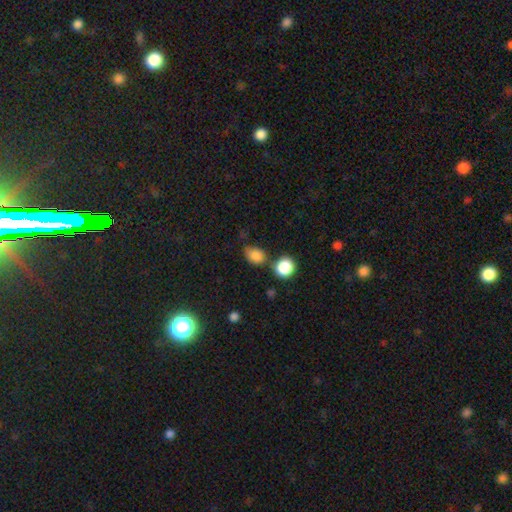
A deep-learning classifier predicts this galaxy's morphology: Smooth or featured?
  - smooth: 83% *
  - star or artifact: 11%
  - featured or disk: 5%
How rounded?
  - in between: 61% *
  - round: 37%
  - cigar-shaped: 2%
Merging?
  - none: 56% *
  - minor disturbance: 24%
  - merger: 13%
  - major disturbance: 7%